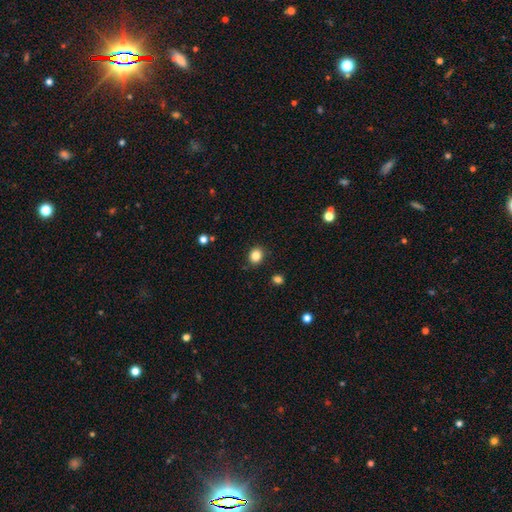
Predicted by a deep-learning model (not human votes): smooth-or-featured: smooth: 84% | star or artifact: 11% | featured or disk: 5%
  how-rounded: round: 66% | in between: 33% | cigar-shaped: 1%
  merging: none: 88% | minor disturbance: 8% | major disturbance: 2% | merger: 2%